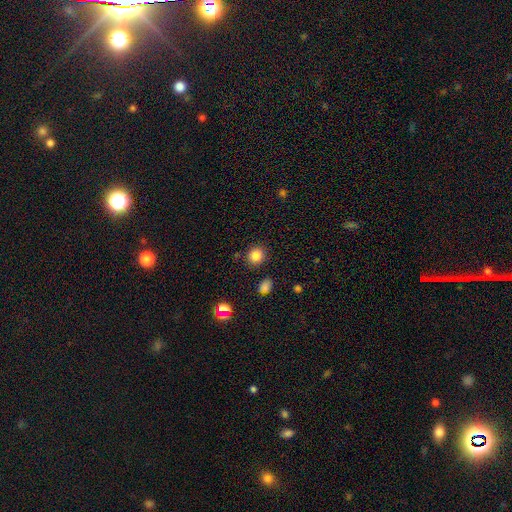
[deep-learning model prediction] This appears to be a smooth galaxy with no disk features (84%) that is round (85%). Merging: none (86%).